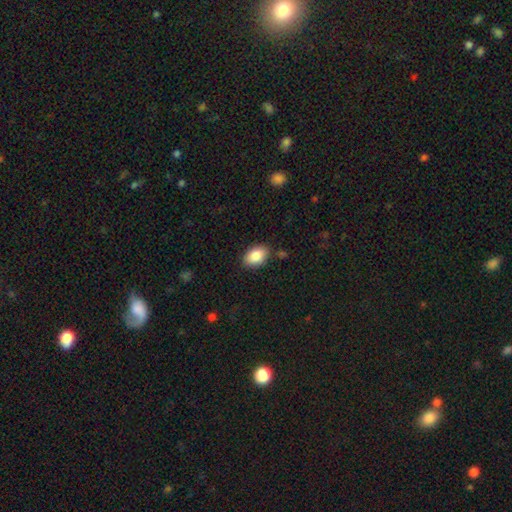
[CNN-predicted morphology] type=smooth (86%); roundness=in between (86%); merging=none (83%).